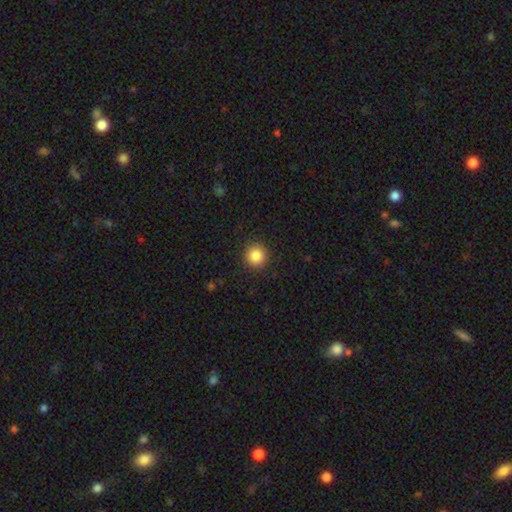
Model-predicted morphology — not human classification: smooth_or_featured: smooth (p=0.86) [alt: star or artifact p=0.10]
how_rounded: round (p=0.94) [alt: in between p=0.05]
merging: none (p=0.91) [alt: minor disturbance p=0.06]